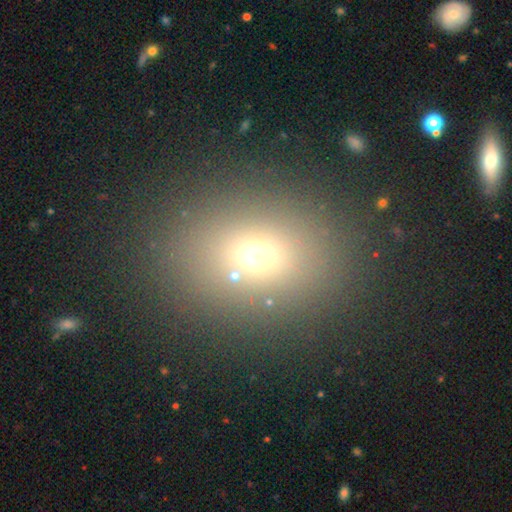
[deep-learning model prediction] A smooth galaxy with no disk features (66%) that is round (50%). Merging: none (84%).